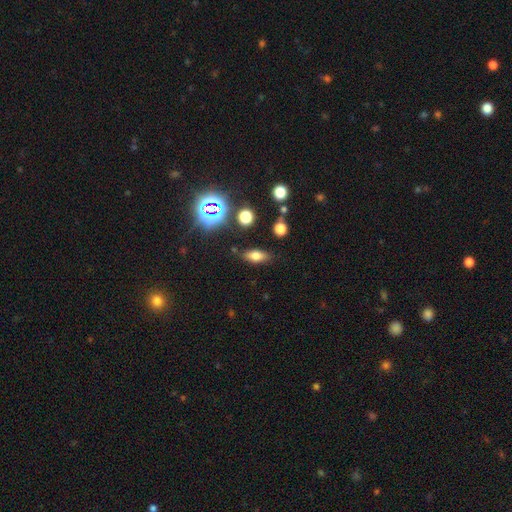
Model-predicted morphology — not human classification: A smooth galaxy with no disk features (68%) that is in between round and cigar-shaped (77%). Merging: none (81%).